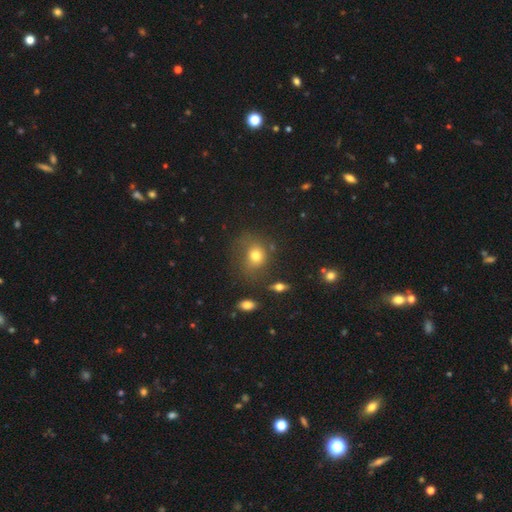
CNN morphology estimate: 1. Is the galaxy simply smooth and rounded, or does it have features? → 73% smooth, 14% featured or disk, 13% star or artifact.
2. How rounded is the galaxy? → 63% round, 36% in between, 1% cigar-shaped.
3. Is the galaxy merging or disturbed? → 60% none, 22% minor disturbance, 13% major disturbance, 6% merger.